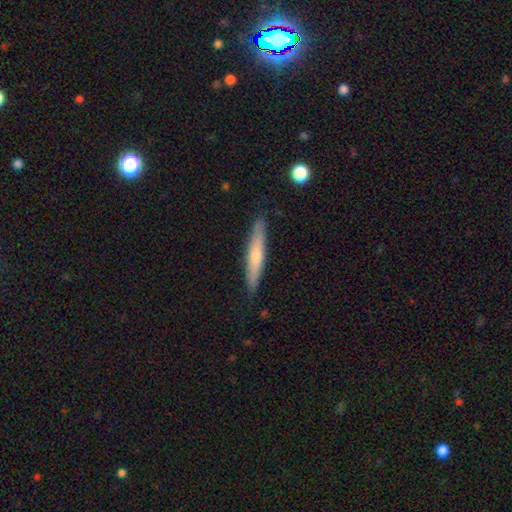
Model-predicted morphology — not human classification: A smooth galaxy with no disk features (54%) that is cigar-shaped (93%). Merging: none (89%).